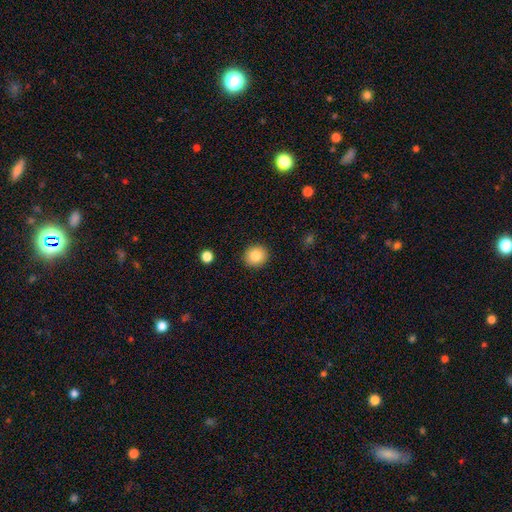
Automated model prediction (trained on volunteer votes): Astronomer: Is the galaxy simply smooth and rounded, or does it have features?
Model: smooth — 84%.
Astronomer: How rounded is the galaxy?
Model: round — 88%.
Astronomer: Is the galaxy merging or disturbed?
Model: none — 91%.